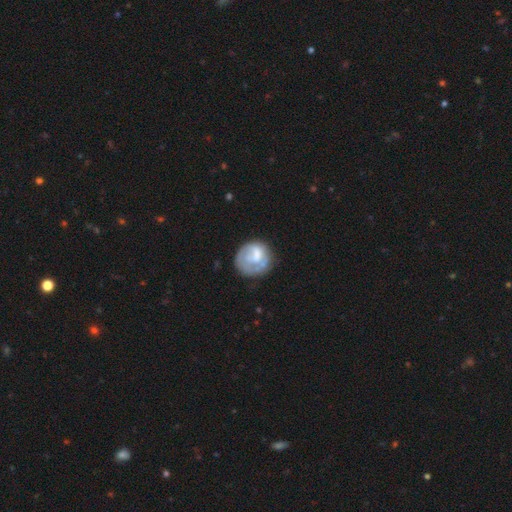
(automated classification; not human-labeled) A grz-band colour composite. It shows a smooth galaxy with no disk features (49%). Merging: none (53%).